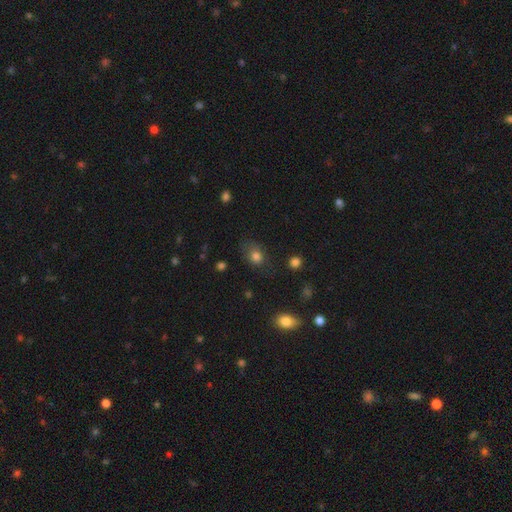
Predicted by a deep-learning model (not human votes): Smooth or featured? smooth (80%)
How rounded? in between (52%)
Merging? none (64%)